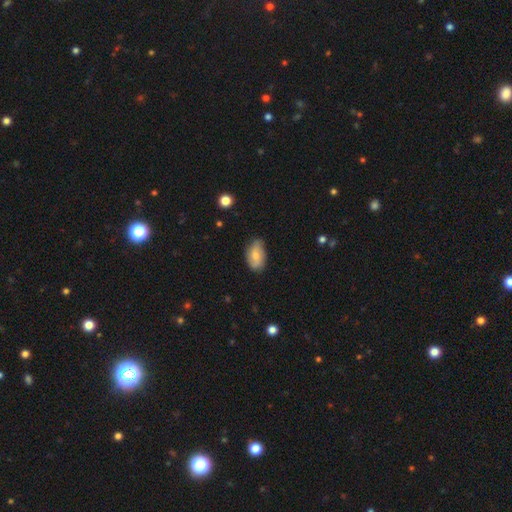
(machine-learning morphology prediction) A smooth galaxy with no disk features (61%) that is in between round and cigar-shaped (91%). Merging: none (73%).